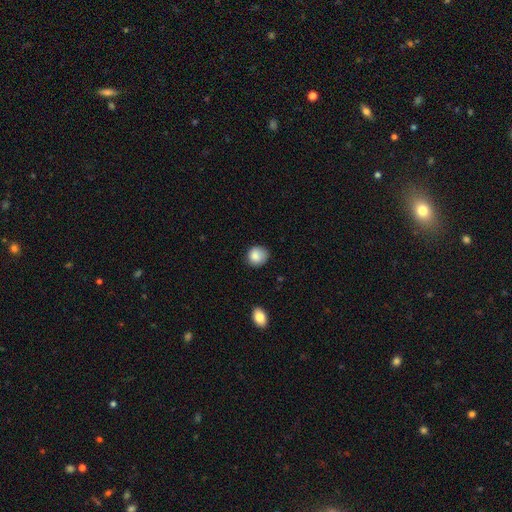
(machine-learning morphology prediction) This appears to be a smooth galaxy with no disk features (85%) that is round (81%). Merging: none (76%).